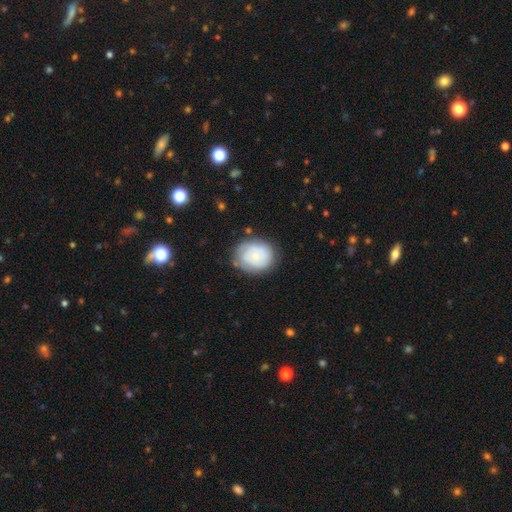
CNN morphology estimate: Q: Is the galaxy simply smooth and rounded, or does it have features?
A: smooth — 51%.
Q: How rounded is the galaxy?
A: round — 63%.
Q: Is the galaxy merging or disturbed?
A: none — 69%.